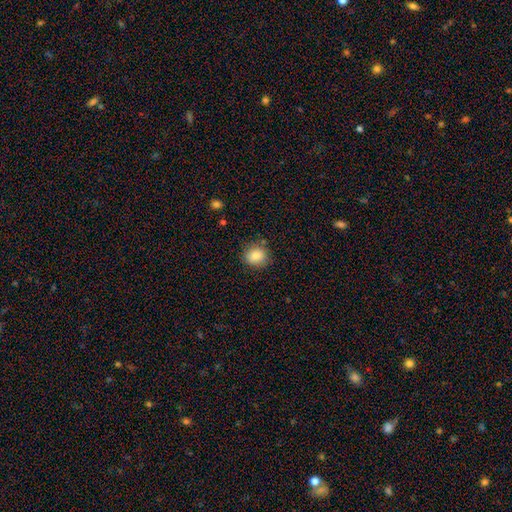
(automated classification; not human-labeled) Morphology: type=smooth (83%); roundness=round (79%); merging=none (83%).